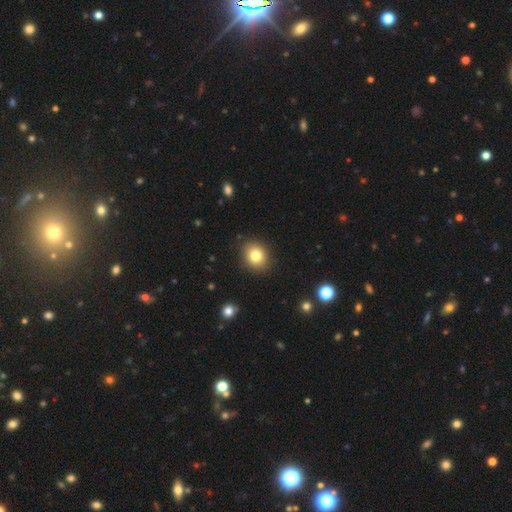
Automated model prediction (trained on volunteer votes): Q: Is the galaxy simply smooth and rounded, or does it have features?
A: smooth — 80%.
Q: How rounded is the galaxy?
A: round — 67%.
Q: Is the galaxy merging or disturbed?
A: none — 89%.